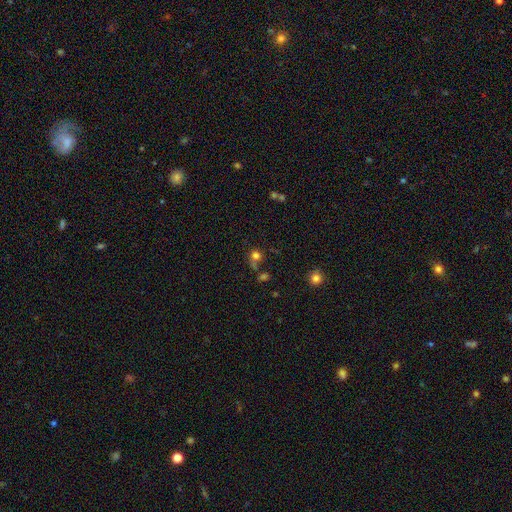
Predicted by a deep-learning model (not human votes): Morphology: type=smooth (73%); roundness=round (85%); merging=none (50%).